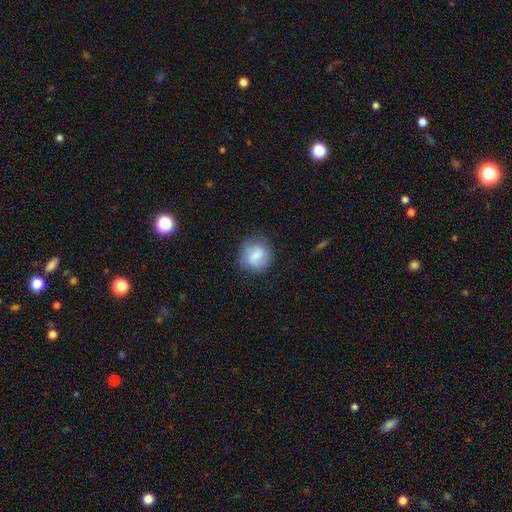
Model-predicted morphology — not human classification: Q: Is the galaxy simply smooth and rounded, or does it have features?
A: smooth — 58%.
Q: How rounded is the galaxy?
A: round — 85%.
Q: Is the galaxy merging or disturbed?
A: none — 76%.